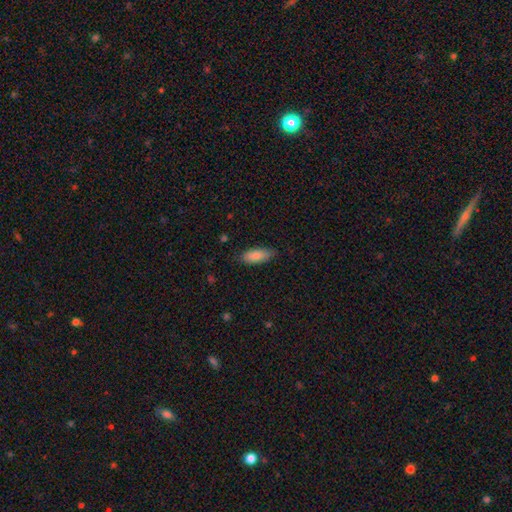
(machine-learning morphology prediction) type=smooth (83%); roundness=in between (77%); merging=none (82%).